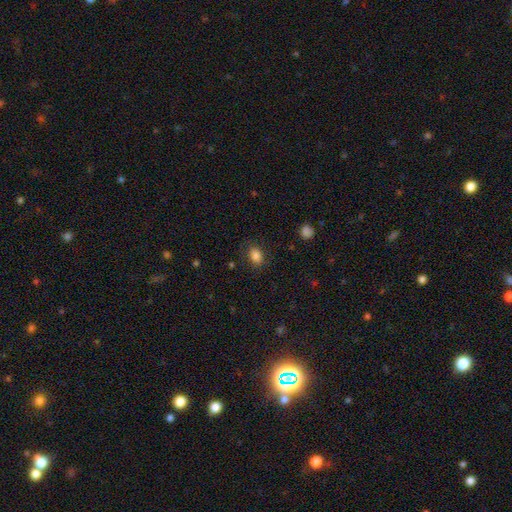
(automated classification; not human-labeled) smooth 84%, star or artifact 10%, featured or disk 6%. Down the decision tree: how rounded — in between (74%); merging — none (80%).